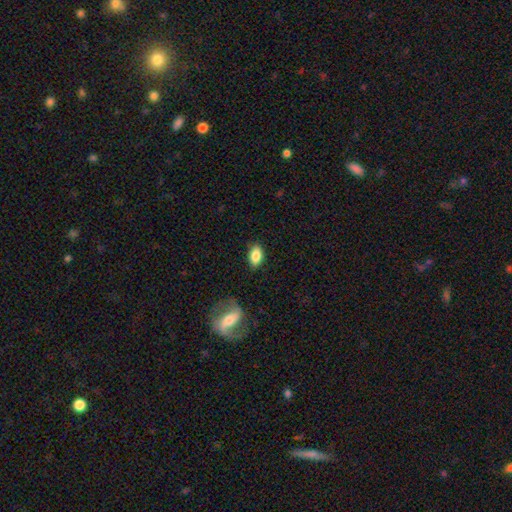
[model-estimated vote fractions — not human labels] Overall: smooth (84%). How rounded: in between (90%). Merging: none (84%).